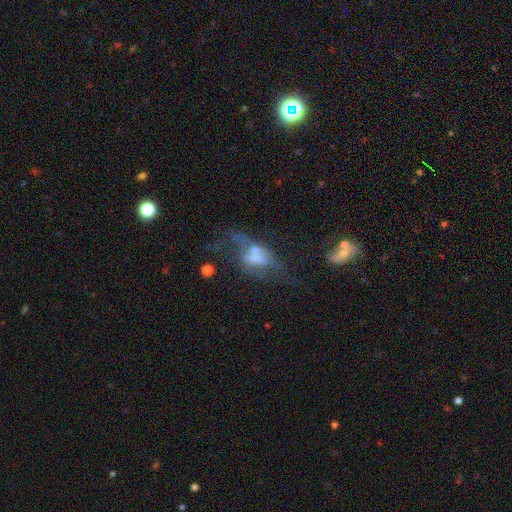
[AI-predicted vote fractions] featured or disk 57%, smooth 31%, star or artifact 12%. Down the decision tree: edge-on disk — no (87%); merging — major disturbance (34%).